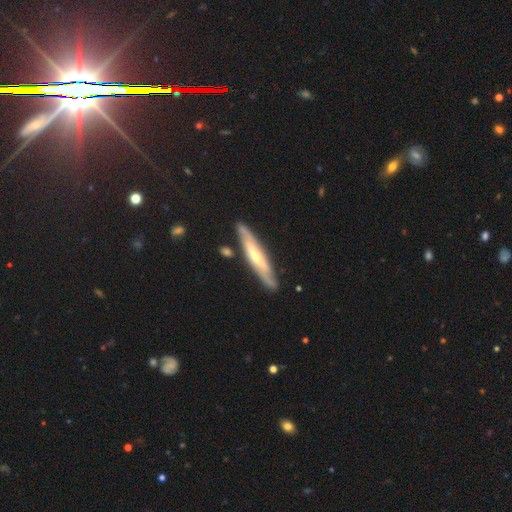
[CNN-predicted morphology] featured or disk 65%, smooth 26%, star or artifact 8%. Down the decision tree: edge-on disk — yes (84%); edge-on bulge — rounded (75%); merging — none (82%).